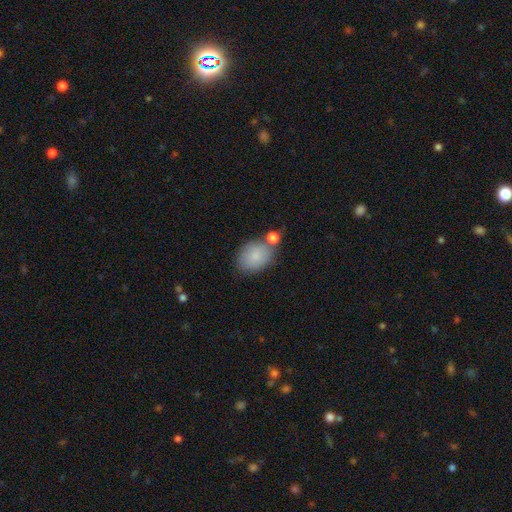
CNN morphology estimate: smooth_or_featured: smooth (p=0.82) [alt: featured or disk p=0.10]
how_rounded: in between (p=0.71) [alt: round p=0.28]
merging: none (p=0.62) [alt: minor disturbance p=0.17]